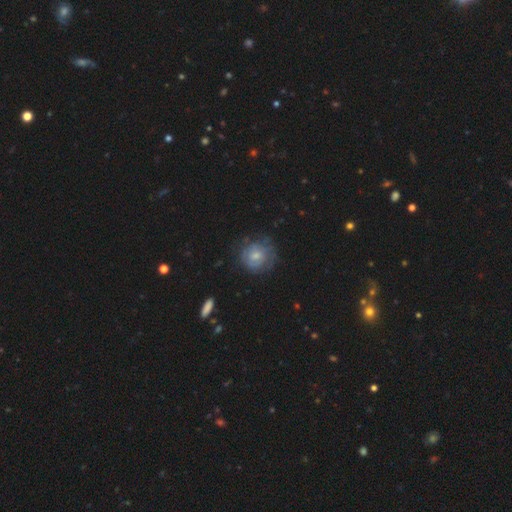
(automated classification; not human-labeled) smooth-or-featured: featured or disk: 47% | smooth: 45% | star or artifact: 8%
  merging: none: 68% | minor disturbance: 20% | major disturbance: 10% | merger: 2%